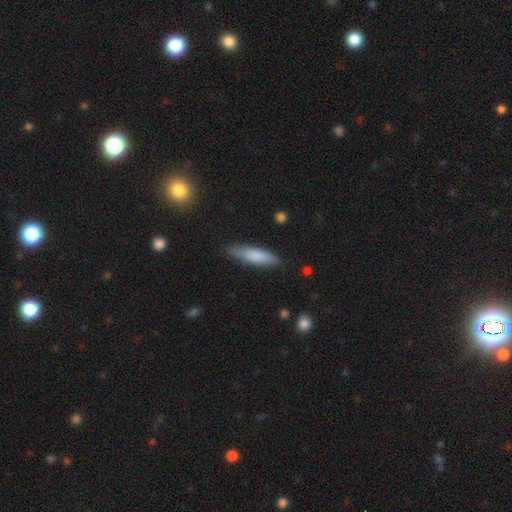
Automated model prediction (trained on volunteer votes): smooth-or-featured: smooth: 78% | featured or disk: 16% | star or artifact: 6%
  how-rounded: cigar-shaped: 73% | in between: 25% | round: 2%
  merging: none: 82% | minor disturbance: 14% | major disturbance: 3% | merger: 1%